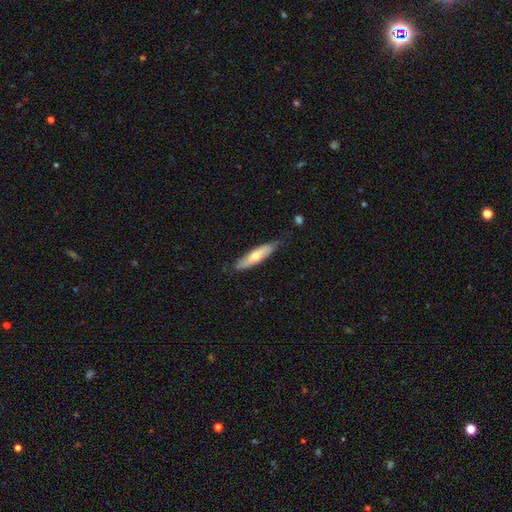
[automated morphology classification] Smooth or featured: smooth — 54% (featured or disk — 40%)
How rounded: cigar-shaped — 67% (in between — 31%)
Merging: none — 77% (minor disturbance — 19%)